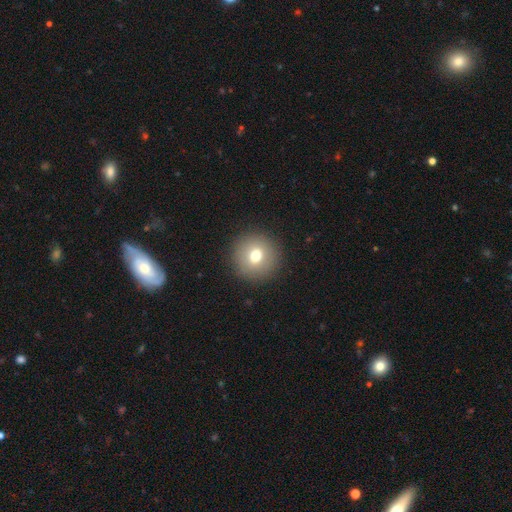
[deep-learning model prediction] This is likely a smooth galaxy (73%). How rounded: clearly round (95%). Merging: clearly none (91%).